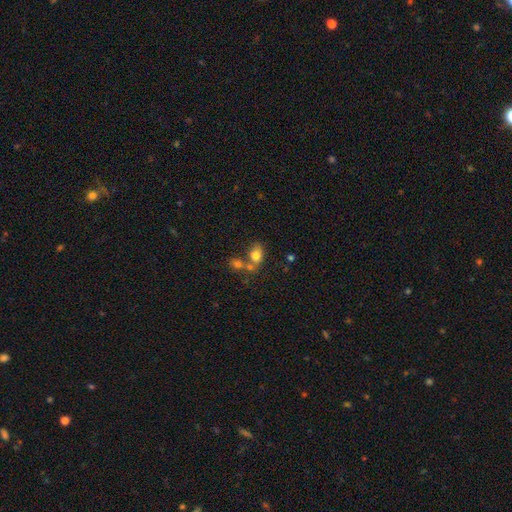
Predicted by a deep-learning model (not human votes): The model was most divided on "merging": merger: 43%, none: 39%, minor disturbance: 12%, major disturbance: 6%. More confident: smooth or featured — smooth (78%); how rounded — in between (69%).